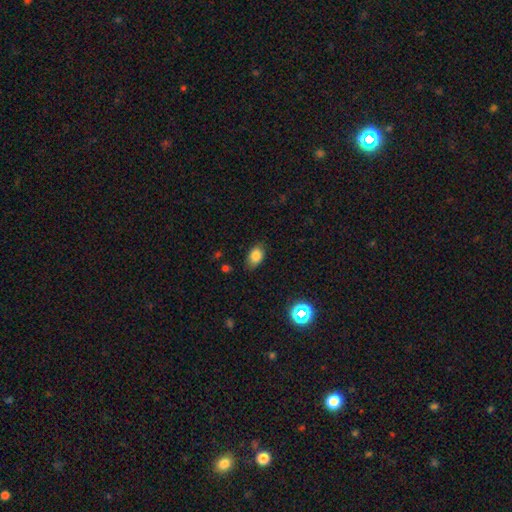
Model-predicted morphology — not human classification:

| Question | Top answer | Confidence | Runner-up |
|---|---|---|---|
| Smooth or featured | smooth | 83% | star or artifact (10%) |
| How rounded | in between | 84% | round (14%) |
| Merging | none | 79% | minor disturbance (16%) |